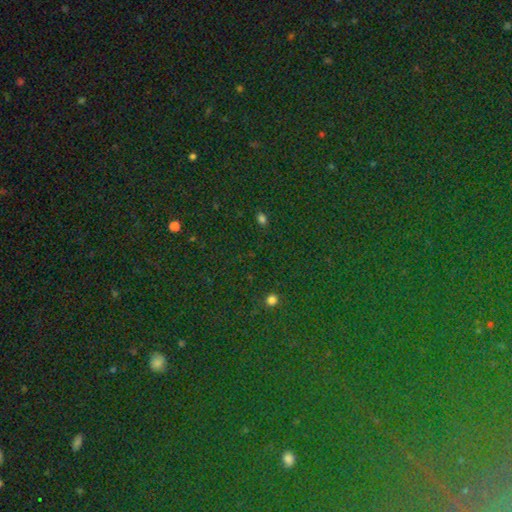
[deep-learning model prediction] This appears to be a star or artifact, not a galaxy (79%).